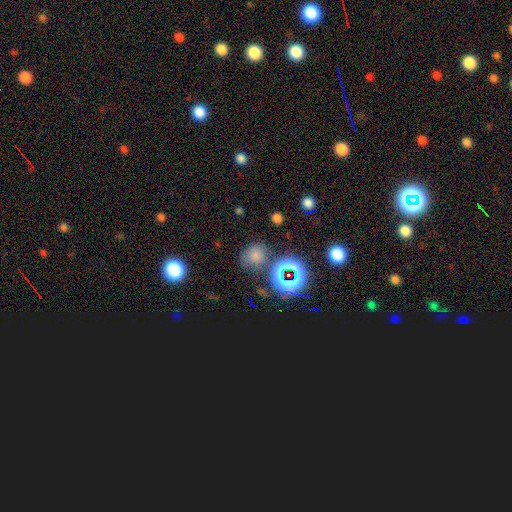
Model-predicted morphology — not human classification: Smooth or featured? smooth (60%)
How rounded? round (66%)
Merging? none (65%)